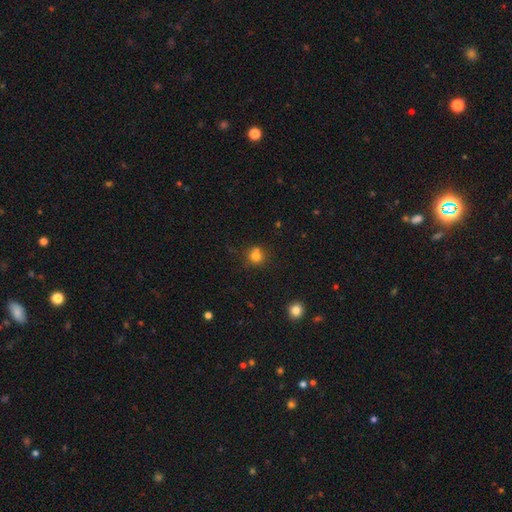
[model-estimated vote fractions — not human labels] The model was most divided on "merging": none: 67%, merger: 14%, minor disturbance: 14%, major disturbance: 4%. More confident: how rounded — round (86%); smooth or featured — smooth (78%).